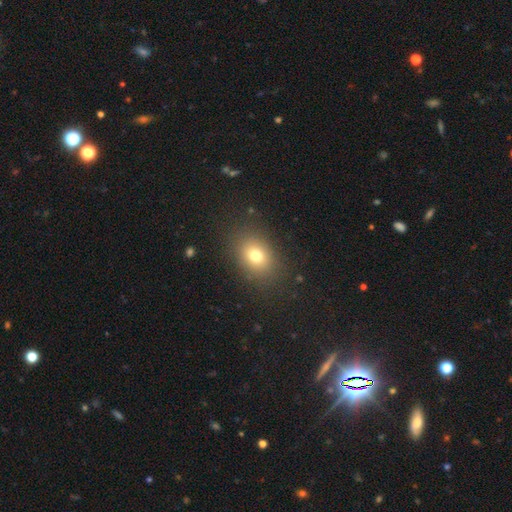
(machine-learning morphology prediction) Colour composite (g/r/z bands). It shows a smooth galaxy with no disk features (75%) that is in between round and cigar-shaped (59%). Merging: none (84%).